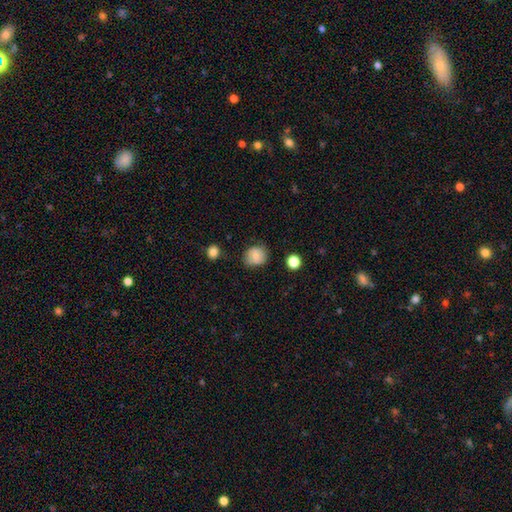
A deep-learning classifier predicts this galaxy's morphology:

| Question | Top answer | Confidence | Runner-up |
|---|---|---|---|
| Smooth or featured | smooth | 74% | featured or disk (16%) |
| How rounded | round | 81% | in between (18%) |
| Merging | none | 75% | minor disturbance (19%) |